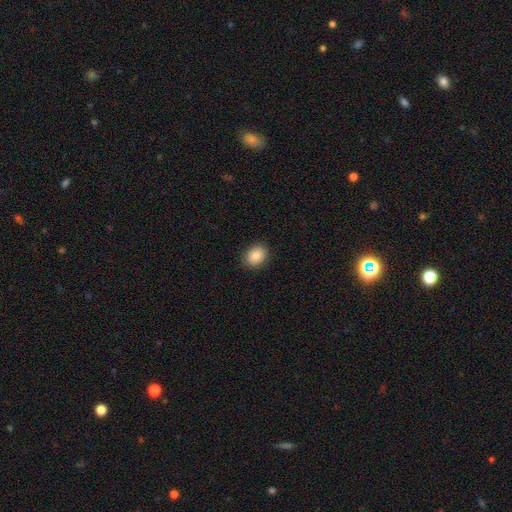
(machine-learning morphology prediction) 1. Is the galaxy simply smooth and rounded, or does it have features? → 85% smooth, 8% star or artifact, 7% featured or disk.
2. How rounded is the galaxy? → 50% round (tied), 50% in between (tied), 1% cigar-shaped.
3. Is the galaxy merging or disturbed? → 88% none, 9% minor disturbance, 2% major disturbance, 1% merger.